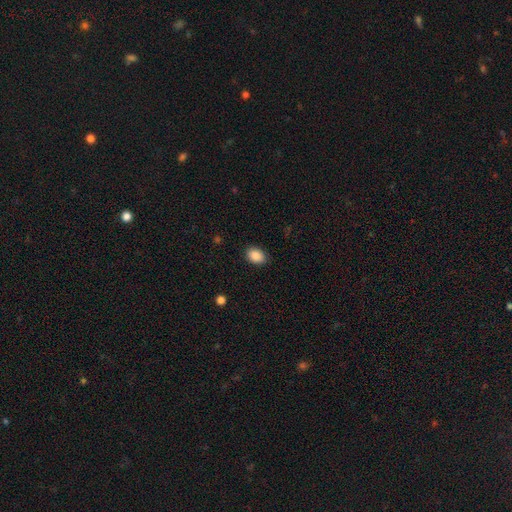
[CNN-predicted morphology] Smooth or featured?
  - smooth: 89% *
  - star or artifact: 8%
  - featured or disk: 3%
How rounded?
  - in between: 76% *
  - round: 23%
  - cigar-shaped: 1%
Merging?
  - none: 88% *
  - minor disturbance: 9%
  - major disturbance: 2%
  - merger: 1%